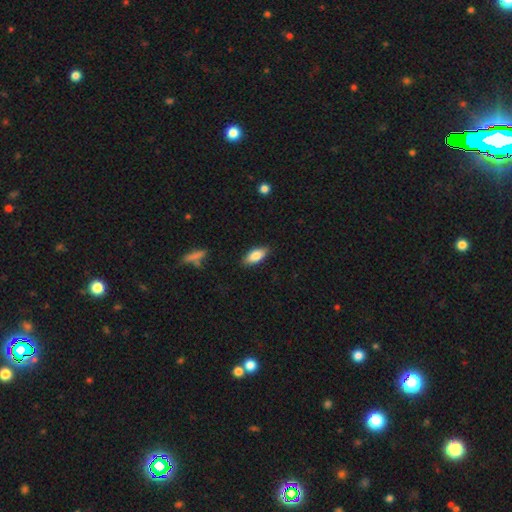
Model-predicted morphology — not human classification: Smooth or featured: smooth — 81% (featured or disk — 12%)
How rounded: in between — 85% (cigar-shaped — 12%)
Merging: none — 87% (minor disturbance — 10%)